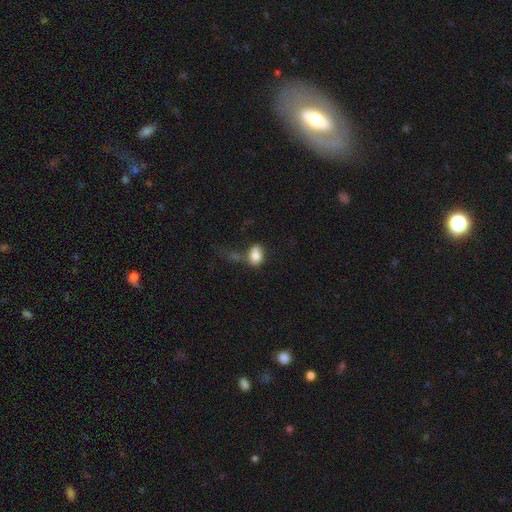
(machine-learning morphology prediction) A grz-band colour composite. It shows a smooth galaxy with no disk features (76%) that is in between round and cigar-shaped (70%). Merging: none (29%).